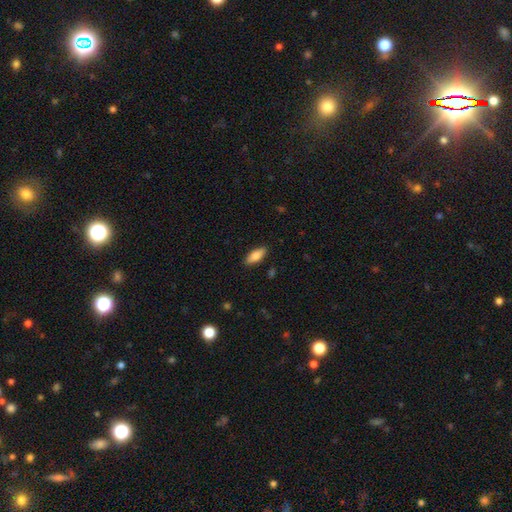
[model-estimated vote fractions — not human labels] The model was most divided on "how rounded": in between: 75%, cigar-shaped: 23%, round: 2%. More confident: merging — none (88%); smooth or featured — smooth (79%).